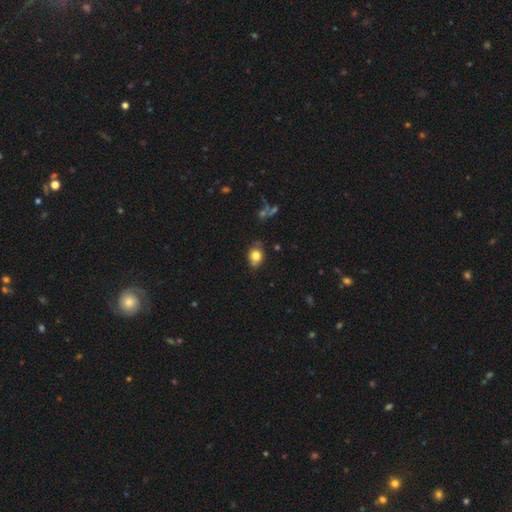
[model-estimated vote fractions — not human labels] This is likely a smooth galaxy (77%). How rounded: possibly in between (53%). Merging: likely none (72%).